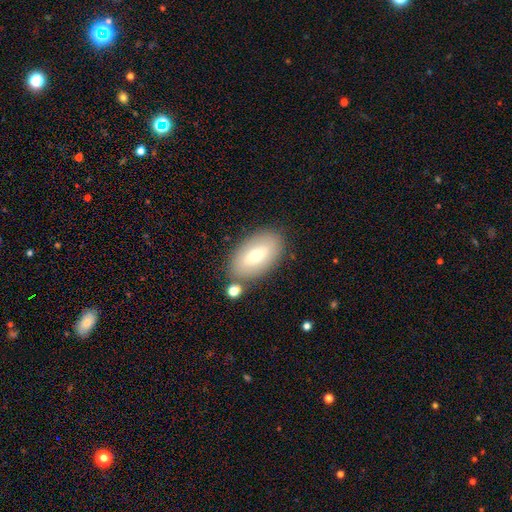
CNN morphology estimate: Smooth or featured? Predicted: smooth (p=0.65). How rounded? Predicted: in between (p=0.93). Merging? Predicted: none (p=0.79).